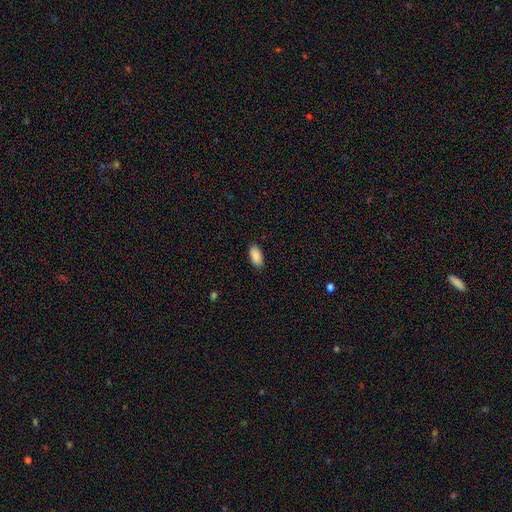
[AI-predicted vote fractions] Q: Smooth or featured?
A: smooth (90%); runner-up: star or artifact (6%)
Q: How rounded?
A: in between (93%); runner-up: cigar-shaped (5%)
Q: Merging?
A: none (89%); runner-up: minor disturbance (9%)